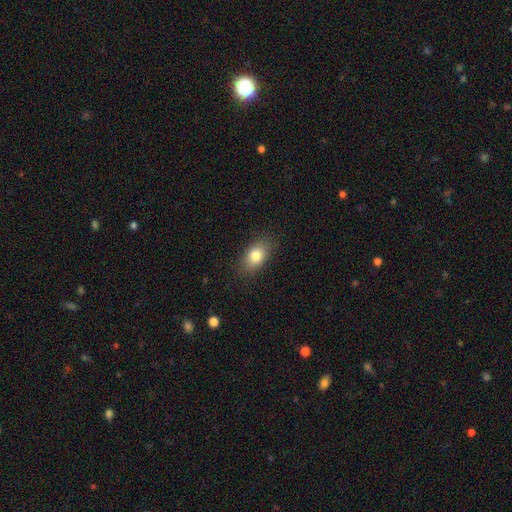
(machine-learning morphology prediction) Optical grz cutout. It shows a smooth galaxy with no disk features (81%) that is in between round and cigar-shaped (83%). Merging: none (84%).